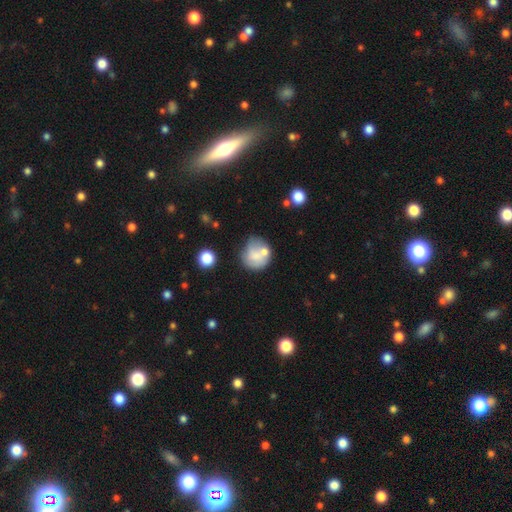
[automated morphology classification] smooth_or_featured: smooth (p=0.64) [alt: featured or disk p=0.26]
how_rounded: round (p=0.81) [alt: in between p=0.18]
merging: none (p=0.45) [alt: merger p=0.21]